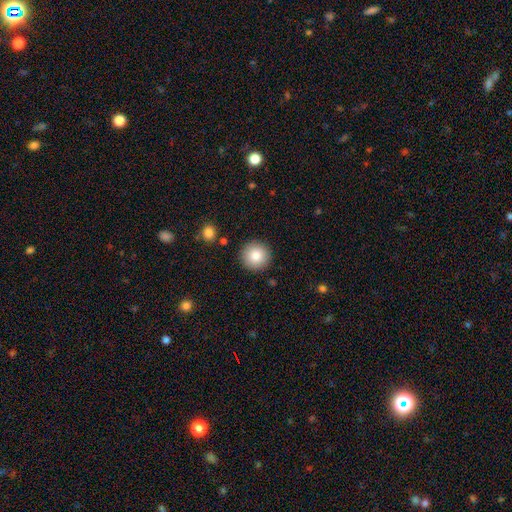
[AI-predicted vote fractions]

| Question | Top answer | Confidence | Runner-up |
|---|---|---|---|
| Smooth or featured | smooth | 83% | star or artifact (9%) |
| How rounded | round | 96% | in between (3%) |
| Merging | none | 91% | minor disturbance (6%) |